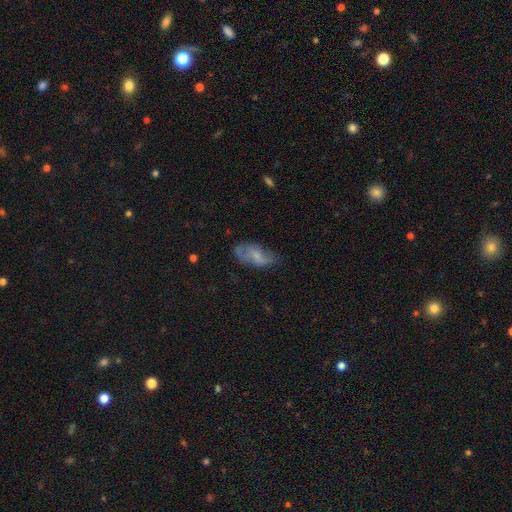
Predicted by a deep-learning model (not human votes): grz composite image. It shows a smooth galaxy with no disk features (48%). Merging: none (51%).